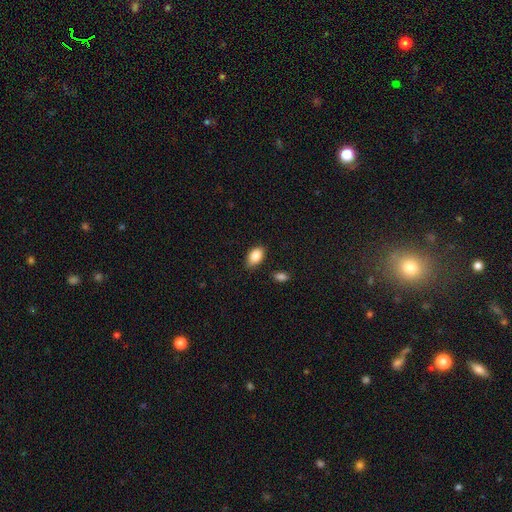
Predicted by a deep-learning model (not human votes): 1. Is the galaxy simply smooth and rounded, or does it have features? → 87% smooth, 7% star or artifact, 6% featured or disk.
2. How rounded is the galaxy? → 90% in between, 8% round, 2% cigar-shaped.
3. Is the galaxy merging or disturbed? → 79% none, 16% minor disturbance, 3% major disturbance, 2% merger.